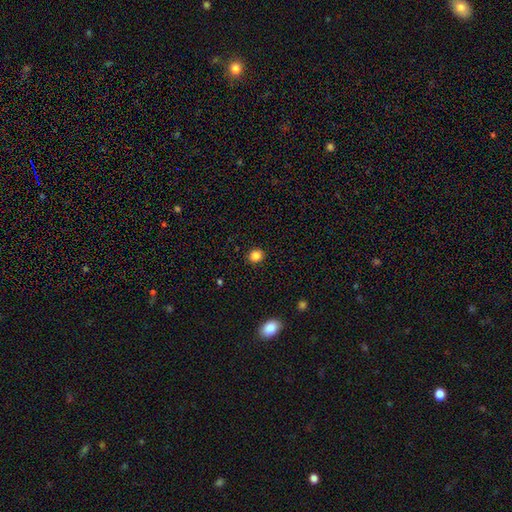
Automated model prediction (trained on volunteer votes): The model was most divided on "how rounded": round: 78%, in between: 21%, cigar-shaped: 1%. More confident: merging — none (91%); smooth or featured — smooth (84%).